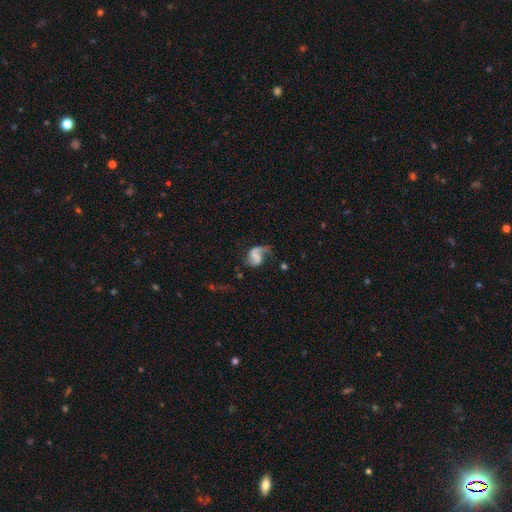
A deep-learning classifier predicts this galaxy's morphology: A featured or disk galaxy (72%) with a weak bar (41%, tied with no), 2 (63%) loose (56%) spiral arms (92%) and no central bulge (50%).

Vote fractions:
- Smooth or featured? featured or disk: 72% / smooth: 20% / star or artifact: 8%
- Edge-on disk? no: 98% / yes: 2%
- Bar? weak: 41% (tied) / no: 41% (tied) / strong: 17%
- Spiral arms? yes: 92% / no: 8%
- Spiral winding? loose: 56% / medium: 34% / tight: 10%
- Spiral arm count? 2: 63% / 1: 31% / can't tell: 3% / 3: 1% / 4: 1% / more than 4: 1%
- Bulge size? none: 50% / small: 27% / moderate: 14% / large: 6% / dominant: 2%
- Merging? none: 46% / major disturbance: 28% / minor disturbance: 22% / merger: 4%